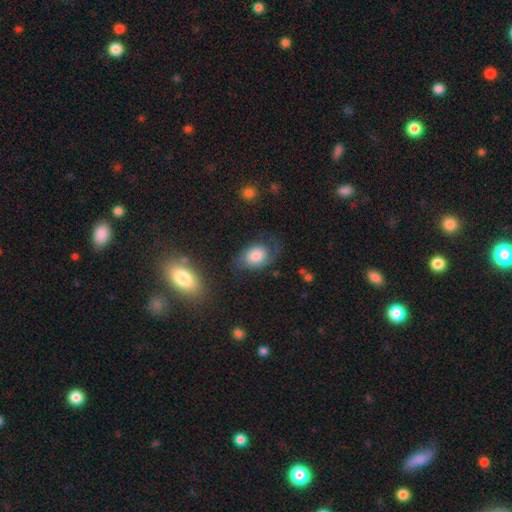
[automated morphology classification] This appears to be a smooth galaxy with no disk features (46%). Merging: none (52%).